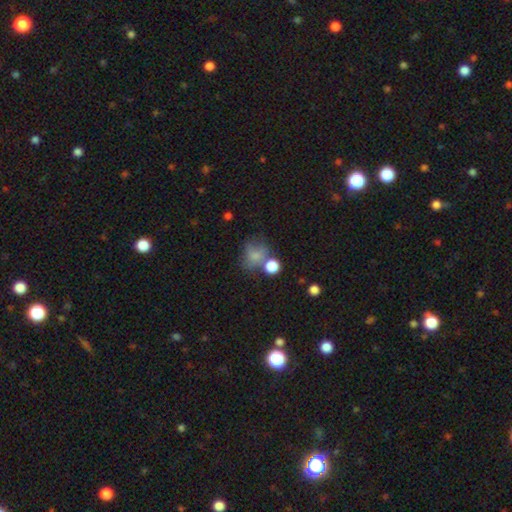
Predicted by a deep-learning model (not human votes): Smooth or featured?
  - smooth: 67% *
  - featured or disk: 18%
  - star or artifact: 15%
How rounded?
  - round: 58% *
  - in between: 41%
  - cigar-shaped: 1%
Merging?
  - none: 39% *
  - merger: 21%
  - minor disturbance: 21%
  - major disturbance: 19%